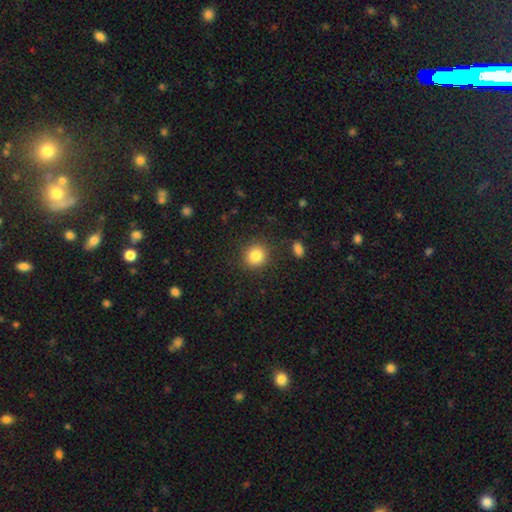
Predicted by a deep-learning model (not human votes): Smooth or featured?
  - smooth: 84% *
  - star or artifact: 10%
  - featured or disk: 5%
How rounded?
  - round: 89% *
  - in between: 10%
  - cigar-shaped: 1%
Merging?
  - none: 88% *
  - minor disturbance: 7%
  - major disturbance: 3%
  - merger: 2%